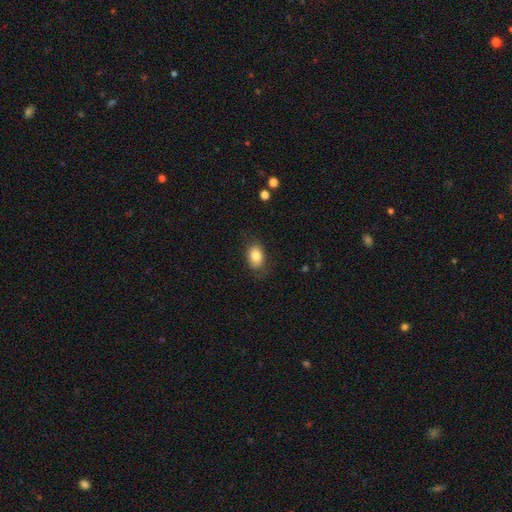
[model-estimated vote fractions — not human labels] smooth 82%, featured or disk 10%, star or artifact 8%. Down the decision tree: how rounded — in between (81%); merging — none (78%).